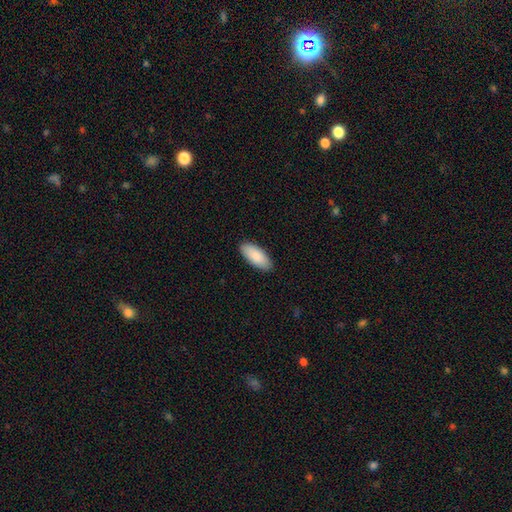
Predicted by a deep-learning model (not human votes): smooth_or_featured: smooth (p=0.88) [alt: featured or disk p=0.06]
how_rounded: in between (p=0.86) [alt: cigar-shaped p=0.12]
merging: none (p=0.89) [alt: minor disturbance p=0.09]